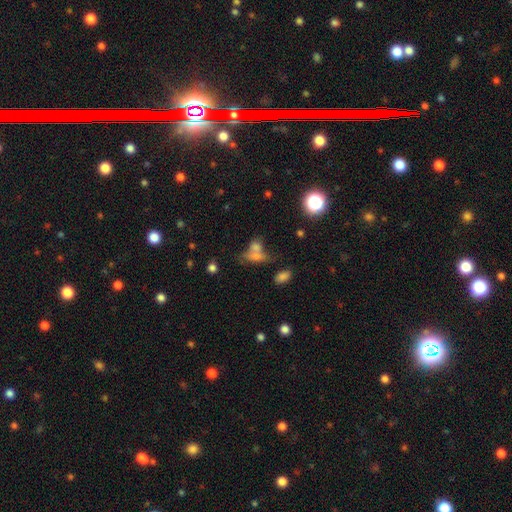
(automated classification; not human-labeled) A smooth galaxy with no disk features (64%) that is in between round and cigar-shaped (67%). Merging: merger (50%).